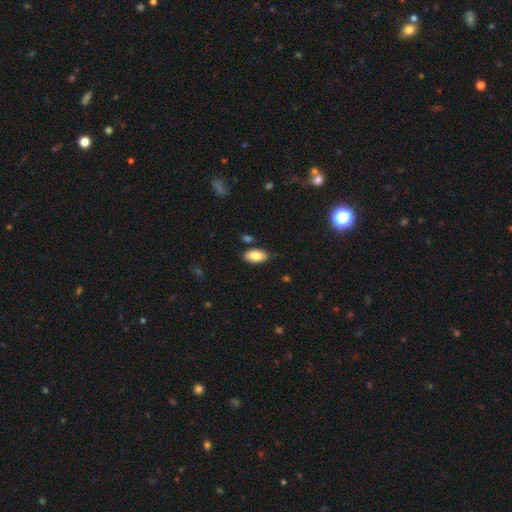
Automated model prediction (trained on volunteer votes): Overall: smooth (82%). How rounded: in between (94%). Merging: none (82%).